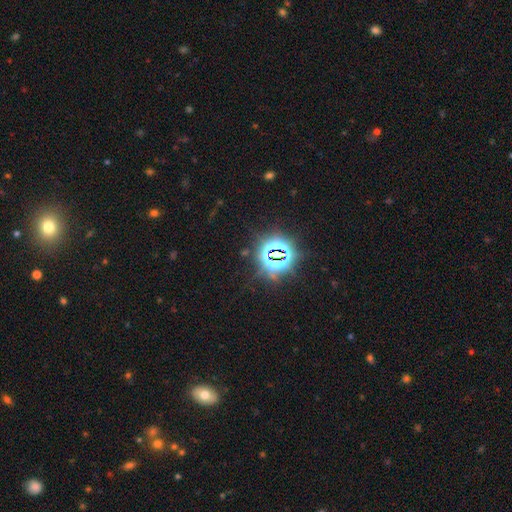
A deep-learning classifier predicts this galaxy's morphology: The model was most divided on "smooth or featured": star or artifact: 81%, smooth: 12%, featured or disk: 7%.